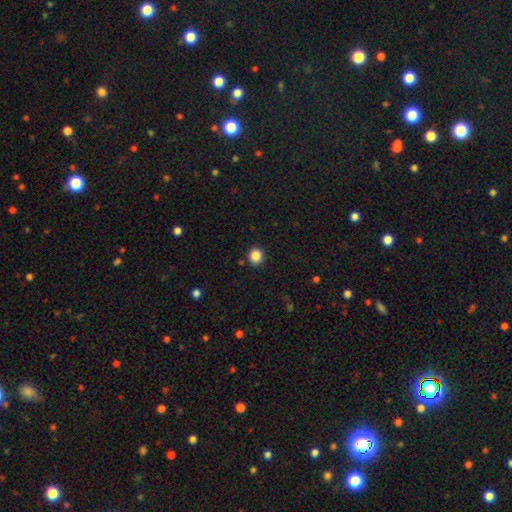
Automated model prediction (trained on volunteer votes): Smooth or featured: smooth — 87% (star or artifact — 10%)
How rounded: round — 89% (in between — 10%)
Merging: none — 91% (minor disturbance — 6%)